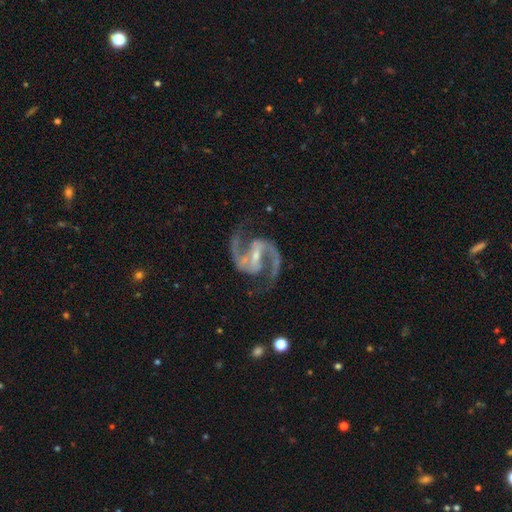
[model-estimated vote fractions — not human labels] Q: Smooth or featured?
A: featured or disk (94%); runner-up: star or artifact (4%)
Q: Edge-on disk?
A: no (98%); runner-up: yes (2%)
Q: Bar?
A: strong (49%); runner-up: weak (40%)
Q: Spiral arms?
A: yes (99%); runner-up: no (1%)
Q: Spiral winding?
A: medium (66%); runner-up: loose (23%)
Q: Spiral arm count?
A: 2 (95%); runner-up: can't tell (1%)
Q: Bulge size?
A: small (55%); runner-up: moderate (31%)
Q: Merging?
A: none (79%); runner-up: minor disturbance (13%)